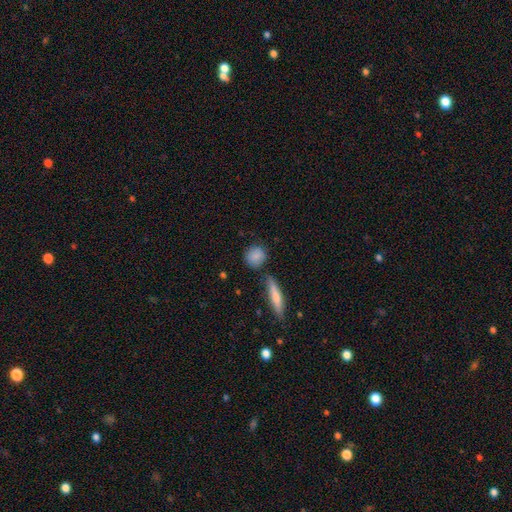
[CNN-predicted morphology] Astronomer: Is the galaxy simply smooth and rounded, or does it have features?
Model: smooth — 83%.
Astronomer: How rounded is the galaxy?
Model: round — 76%.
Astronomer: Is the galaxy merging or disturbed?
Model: none — 76%.